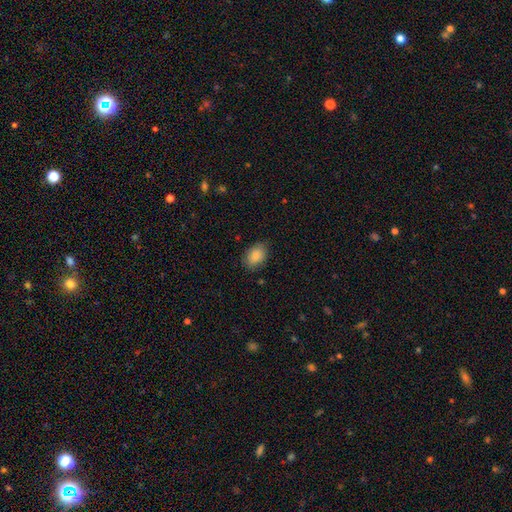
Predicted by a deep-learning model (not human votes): smooth_or_featured: smooth (p=0.87) [alt: star or artifact p=0.07]
how_rounded: in between (p=0.80) [alt: round p=0.19]
merging: none (p=0.80) [alt: minor disturbance p=0.15]